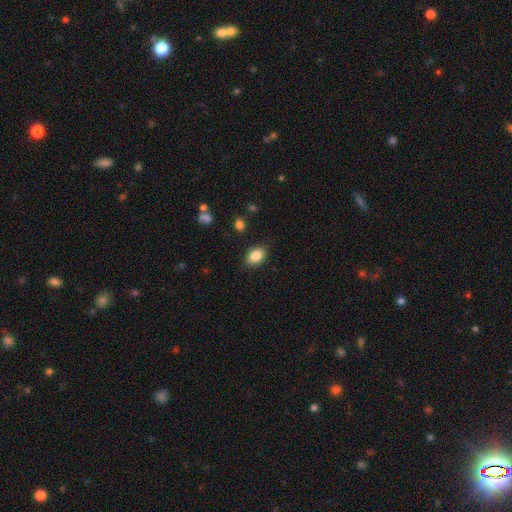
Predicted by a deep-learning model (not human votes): Smooth or featured: smooth — 86% (star or artifact — 8%)
How rounded: in between — 88% (round — 10%)
Merging: none — 87% (minor disturbance — 10%)